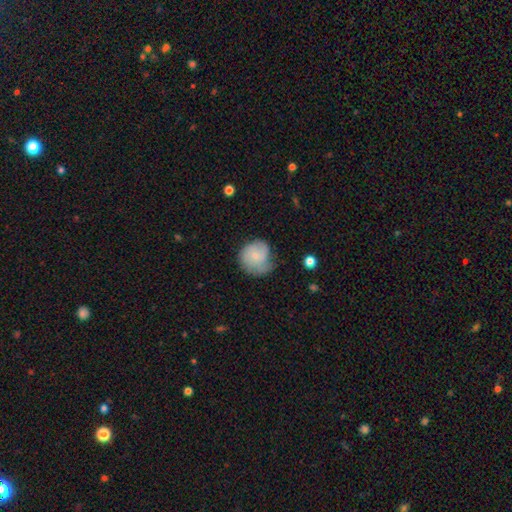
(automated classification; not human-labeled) Smooth or featured?
  - smooth: 61% *
  - featured or disk: 32%
  - star or artifact: 7%
How rounded?
  - round: 84% *
  - in between: 15%
  - cigar-shaped: 1%
Merging?
  - none: 46% *
  - minor disturbance: 35%
  - major disturbance: 17%
  - merger: 3%